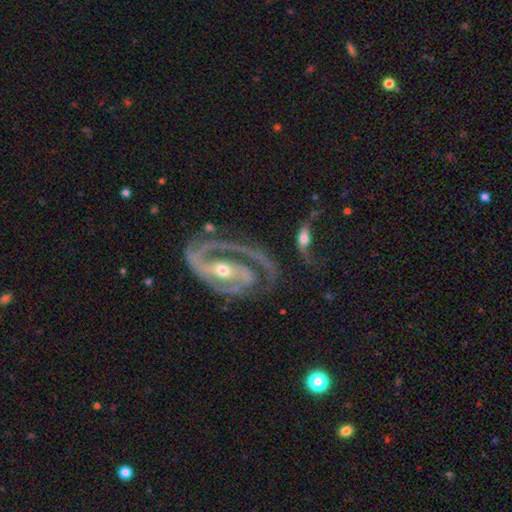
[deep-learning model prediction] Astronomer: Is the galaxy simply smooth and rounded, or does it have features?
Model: featured or disk — 91%.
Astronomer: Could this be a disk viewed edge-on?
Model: no — 96%.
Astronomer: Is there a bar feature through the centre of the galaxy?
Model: strong — 38% (runner-up: no, 32%).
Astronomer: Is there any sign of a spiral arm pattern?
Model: yes — 97%.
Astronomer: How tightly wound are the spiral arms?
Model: tight — 45% (runner-up: medium, 44%).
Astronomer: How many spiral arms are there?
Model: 2 — 77%.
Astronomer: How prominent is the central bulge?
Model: moderate — 57% (runner-up: small, 39%).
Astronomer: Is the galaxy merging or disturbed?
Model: none — 55%.